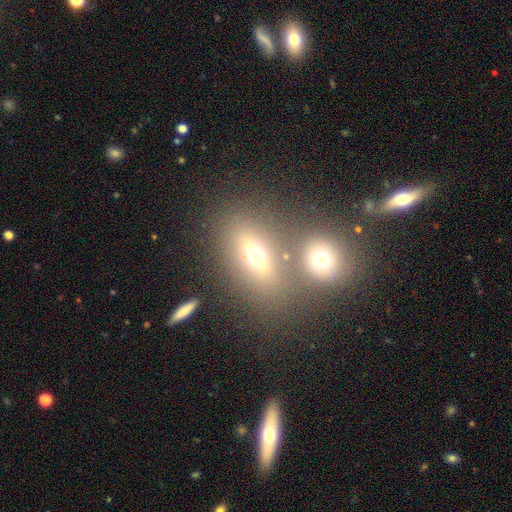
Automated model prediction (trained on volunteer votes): This is possibly a smooth galaxy (52%). How rounded: likely in between (66%). Merging: possibly none (56%).